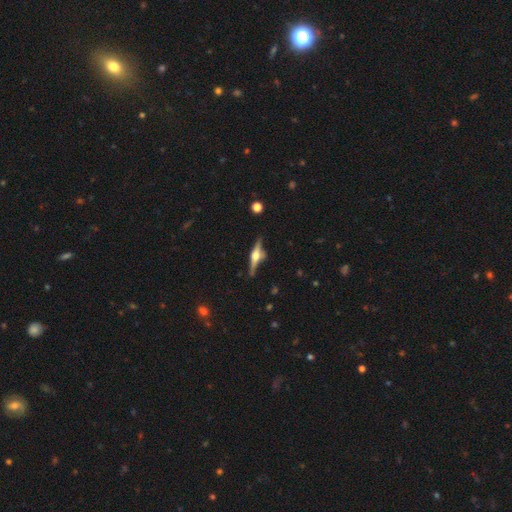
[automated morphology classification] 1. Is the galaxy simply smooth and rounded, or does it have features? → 79% featured or disk, 14% smooth, 7% star or artifact.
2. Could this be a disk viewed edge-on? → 97% yes, 3% no.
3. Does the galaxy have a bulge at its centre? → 93% rounded, 5% boxy, 2% none.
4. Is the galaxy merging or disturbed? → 79% none, 13% minor disturbance, 4% major disturbance, 4% merger.